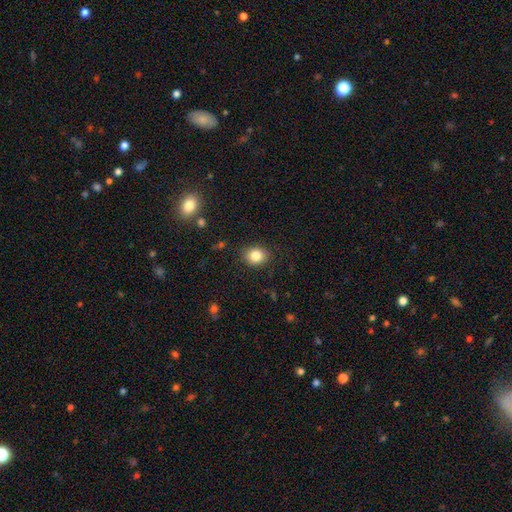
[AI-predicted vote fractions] Morphology: type=smooth (84%); roundness=round (58%); merging=none (87%).